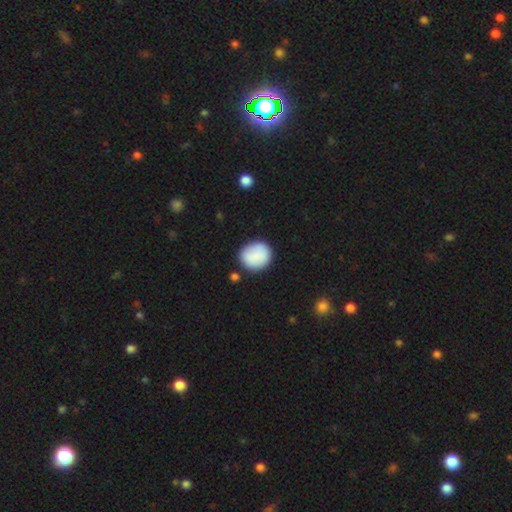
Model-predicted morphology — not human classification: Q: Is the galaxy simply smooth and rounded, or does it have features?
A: smooth — 86%.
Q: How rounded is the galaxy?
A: round — 78%.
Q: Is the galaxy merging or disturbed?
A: none — 81%.